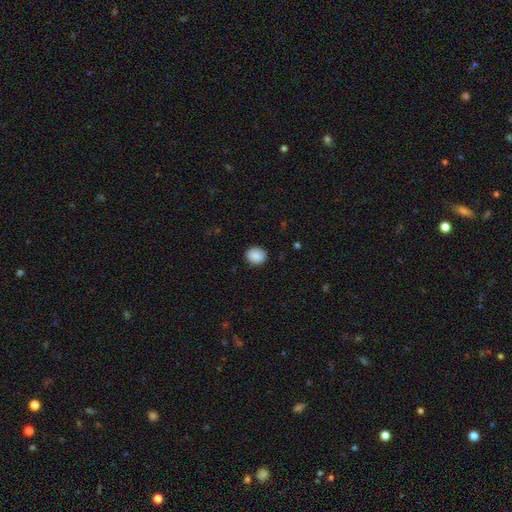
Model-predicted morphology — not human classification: A smooth galaxy with no disk features (89%) that is round (69%).

Vote fractions:
- Smooth or featured? smooth: 89% / star or artifact: 8% / featured or disk: 4%
- How rounded? round: 69% / in between: 30% / cigar-shaped: 1%
- Merging? none: 89% / minor disturbance: 8% / major disturbance: 2% / merger: 1%